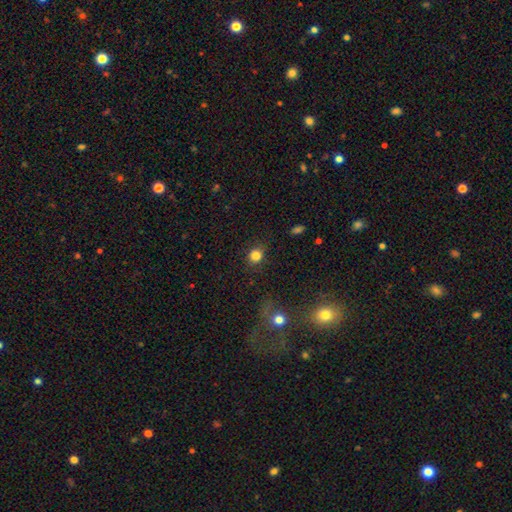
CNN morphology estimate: A smooth galaxy with no disk features (83%) that is round (76%). Merging: none (84%).